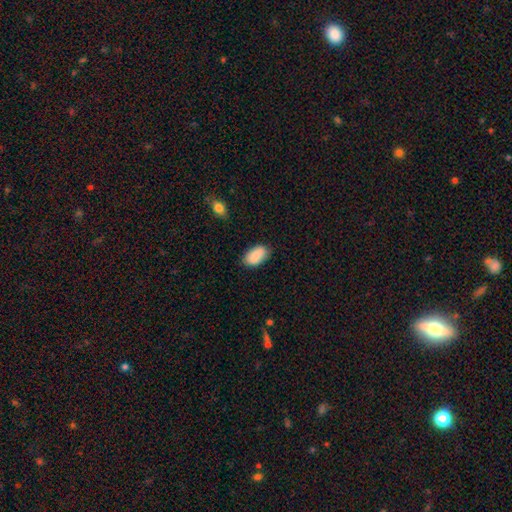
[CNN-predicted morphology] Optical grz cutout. It shows a smooth galaxy with no disk features (88%) that is in between round and cigar-shaped (94%). Merging: none (80%).